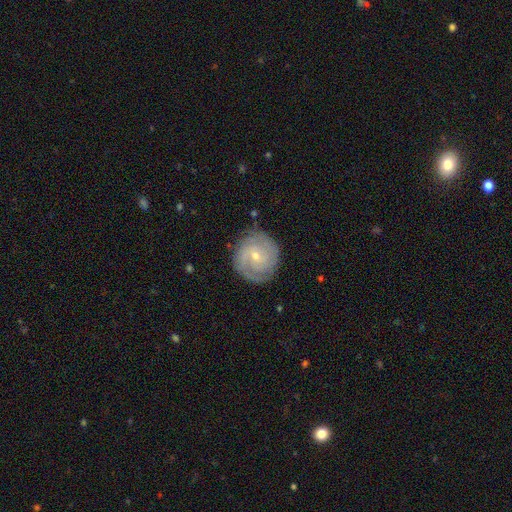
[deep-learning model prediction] Smooth or featured?
  - featured or disk: 77% *
  - smooth: 17%
  - star or artifact: 7%
Edge-on disk?
  - no: 97% *
  - yes: 3%
Bar?
  - no: 64% *
  - weak: 30%
  - strong: 6%
Spiral arms?
  - yes: 92% *
  - no: 8%
Spiral winding?
  - tight: 70% *
  - medium: 24%
  - loose: 6%
Spiral arm count?
  - 2: 41% *
  - can't tell: 28%
  - 3: 16%
  - 4: 5%
  - 1: 5%
  - more than 4: 4%
Bulge size?
  - small: 67% *
  - moderate: 30%
  - none: 1%
  - large: 1%
  - dominant: 1%
Merging?
  - none: 82% *
  - minor disturbance: 13%
  - major disturbance: 4%
  - merger: 1%